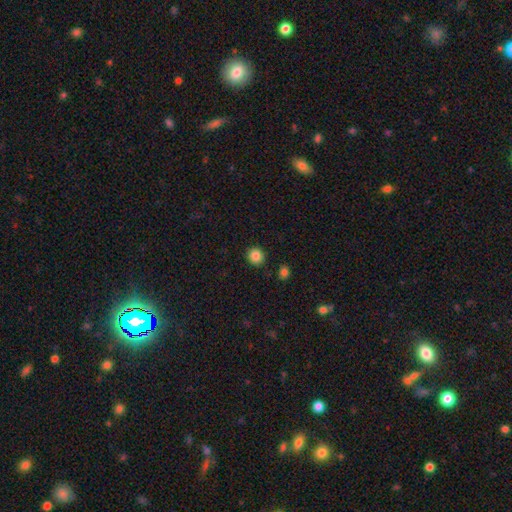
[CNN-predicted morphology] Smooth or featured? Predicted: smooth (p=0.86). How rounded? Predicted: round (p=0.88). Merging? Predicted: none (p=0.90).